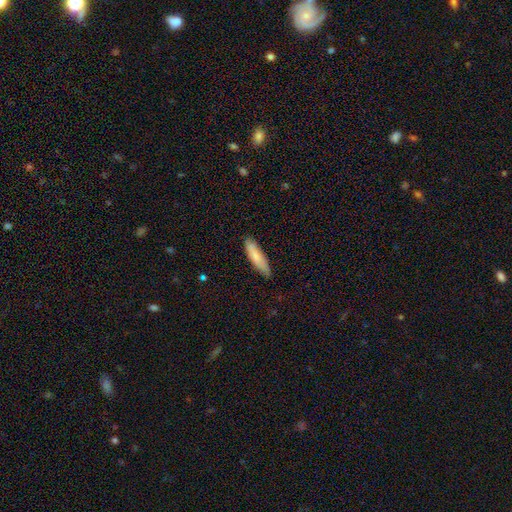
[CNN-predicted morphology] Q: Smooth or featured?
A: smooth (81%); runner-up: featured or disk (13%)
Q: How rounded?
A: cigar-shaped (72%); runner-up: in between (27%)
Q: Merging?
A: none (84%); runner-up: minor disturbance (12%)